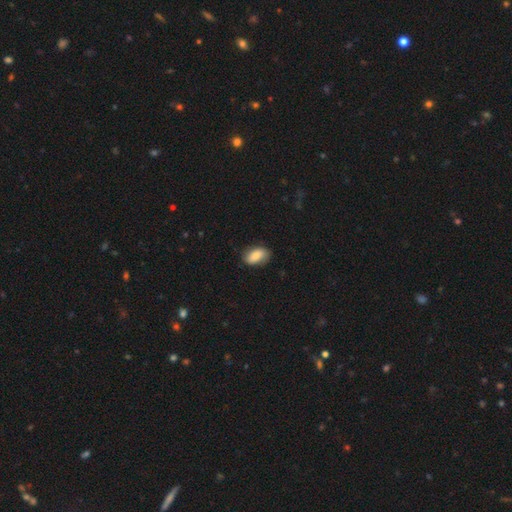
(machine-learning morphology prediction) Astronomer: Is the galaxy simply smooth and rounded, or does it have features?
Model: smooth — 75%.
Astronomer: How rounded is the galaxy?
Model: in between — 90%.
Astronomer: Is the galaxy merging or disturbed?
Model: none — 79%.